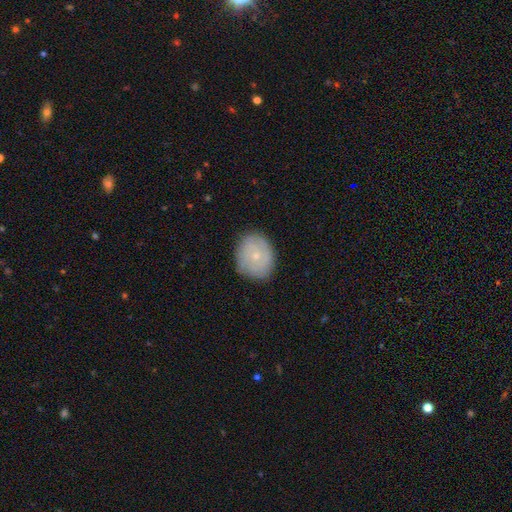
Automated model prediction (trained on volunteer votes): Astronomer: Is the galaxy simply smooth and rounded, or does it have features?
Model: smooth — 54% (runner-up: featured or disk, 39%).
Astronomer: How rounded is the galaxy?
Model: round — 57% (runner-up: in between, 42%).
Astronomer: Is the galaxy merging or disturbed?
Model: none — 82%.